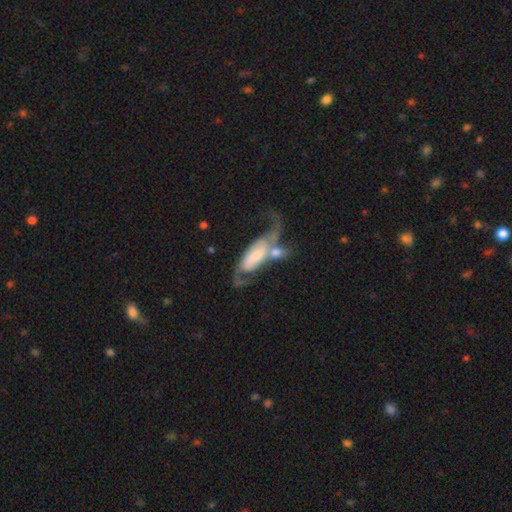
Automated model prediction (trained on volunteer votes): This is likely a featured or disk galaxy (62%). It is clearly not viewed edge-on (87%). Bar: possibly no (56%). Spiral arm pattern: clearly yes (85%). Central bulge: marginally small (35%). Merging: marginally merger (38%).